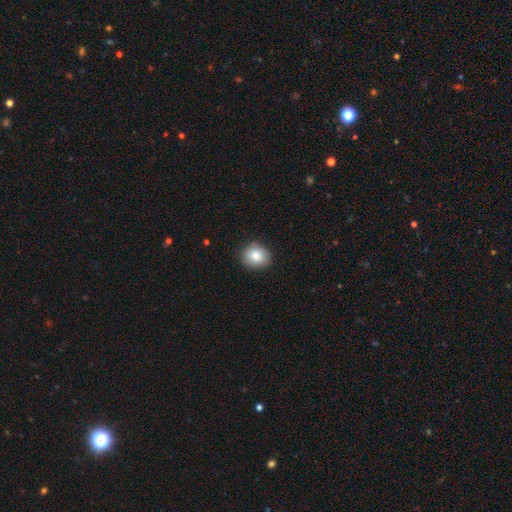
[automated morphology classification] This appears to be a smooth galaxy with no disk features (84%) that is round (73%). Merging: none (87%).